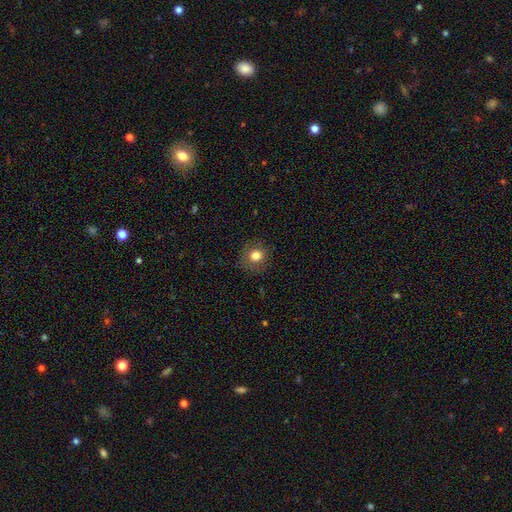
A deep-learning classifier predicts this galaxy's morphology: Smooth or featured?
  - smooth: 80% *
  - star or artifact: 11%
  - featured or disk: 10%
How rounded?
  - round: 85% *
  - in between: 14%
  - cigar-shaped: 1%
Merging?
  - none: 84% *
  - minor disturbance: 11%
  - major disturbance: 4%
  - merger: 1%